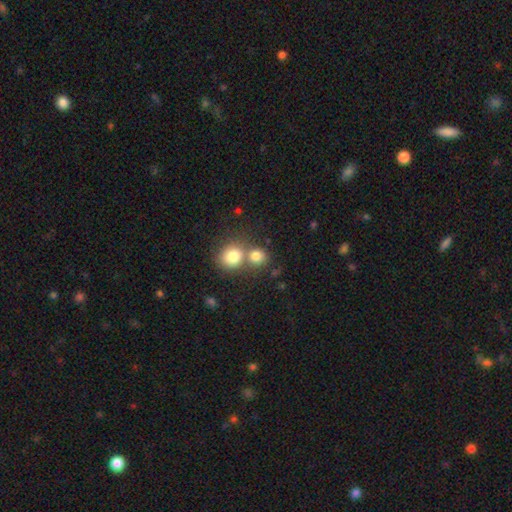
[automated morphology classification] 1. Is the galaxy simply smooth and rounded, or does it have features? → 80% smooth, 11% star or artifact, 8% featured or disk.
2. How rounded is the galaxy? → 79% round, 20% in between, 1% cigar-shaped.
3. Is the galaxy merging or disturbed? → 48% merger, 42% none, 7% minor disturbance, 3% major disturbance.